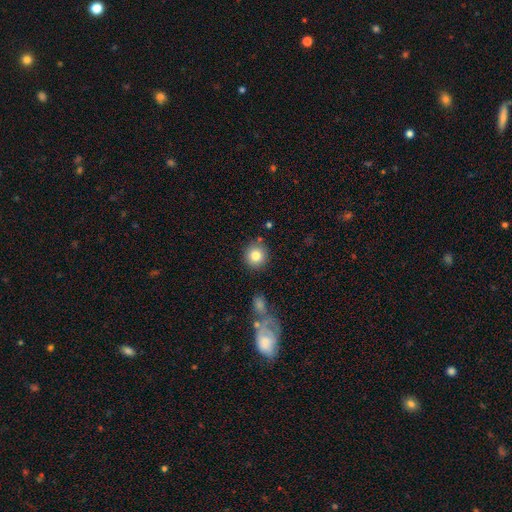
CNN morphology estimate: Smooth or featured? smooth (83%)
How rounded? round (91%)
Merging? none (84%)